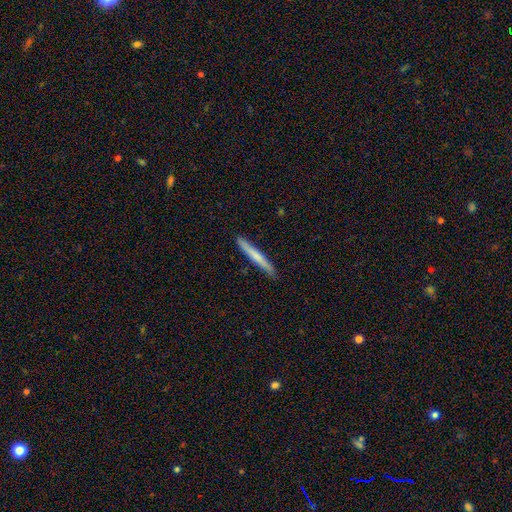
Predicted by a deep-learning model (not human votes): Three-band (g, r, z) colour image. It shows a smooth galaxy with no disk features (66%) that is cigar-shaped (97%). Merging: none (89%).